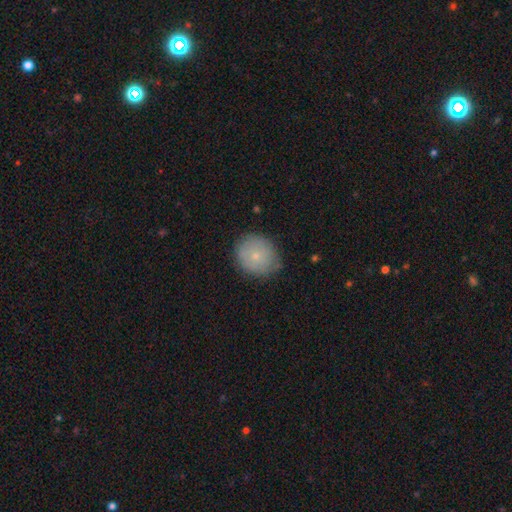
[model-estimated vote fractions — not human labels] Q: Smooth or featured?
A: smooth (74%); runner-up: featured or disk (18%)
Q: How rounded?
A: round (75%); runner-up: in between (24%)
Q: Merging?
A: none (76%); runner-up: minor disturbance (19%)